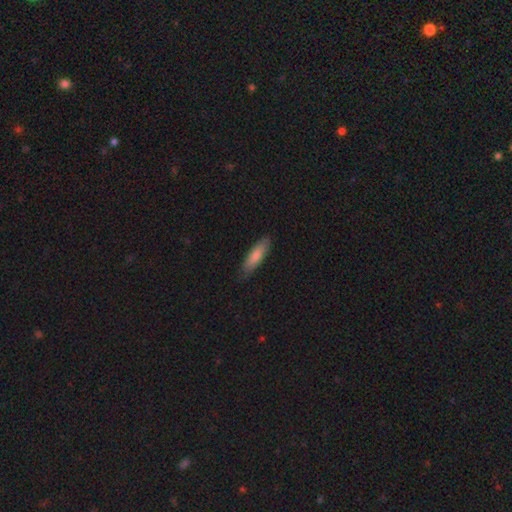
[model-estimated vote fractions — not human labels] A smooth galaxy with no disk features (81%) that is cigar-shaped (53%).

Vote fractions:
- Smooth or featured? smooth: 81% / featured or disk: 13% / star or artifact: 5%
- How rounded? cigar-shaped: 53% / in between: 46% / round: 2%
- Merging? none: 82% / minor disturbance: 15% / major disturbance: 3% / merger: 1%